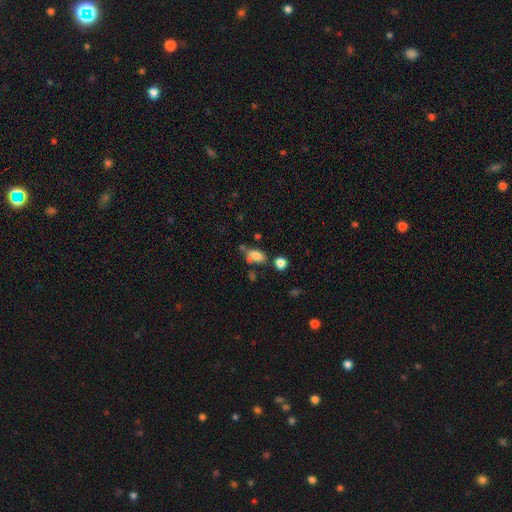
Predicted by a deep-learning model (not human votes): A smooth galaxy with no disk features (78%) that is in between round and cigar-shaped (86%).

Vote fractions:
- Smooth or featured? smooth: 78% / featured or disk: 11% / star or artifact: 11%
- How rounded? in between: 86% / round: 10% / cigar-shaped: 4%
- Merging? none: 51% / merger: 20% / minor disturbance: 20% / major disturbance: 9%